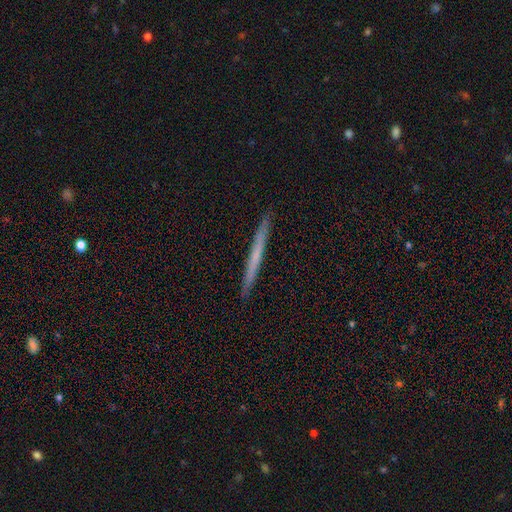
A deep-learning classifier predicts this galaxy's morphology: This is possibly a smooth galaxy (48%). Merging: clearly none (92%).